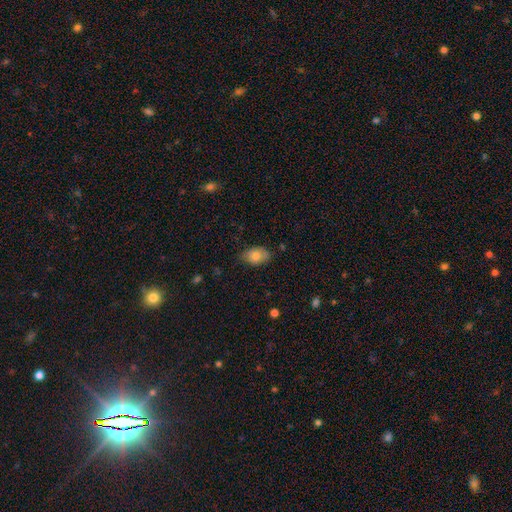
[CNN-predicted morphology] Smooth or featured? smooth (78%)
How rounded? in between (86%)
Merging? none (73%)